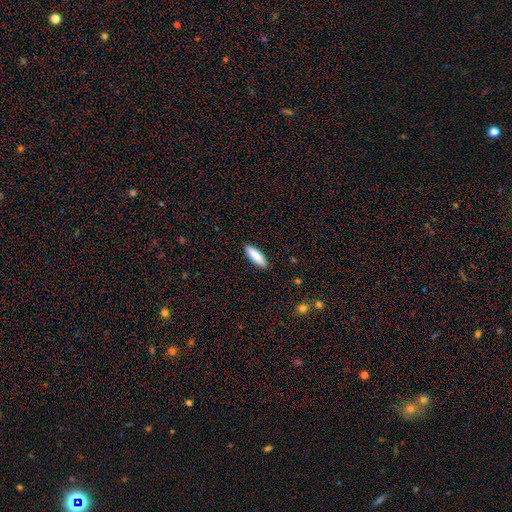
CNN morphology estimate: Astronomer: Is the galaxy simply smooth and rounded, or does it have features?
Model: smooth — 88%.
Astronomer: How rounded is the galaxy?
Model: cigar-shaped — 53% (runner-up: in between, 46%).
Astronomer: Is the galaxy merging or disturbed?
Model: none — 90%.